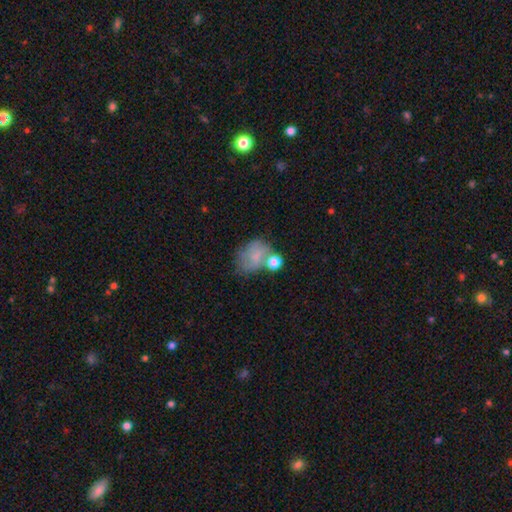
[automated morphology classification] A smooth galaxy with no disk features (64%) that is in between round and cigar-shaped (60%).

Vote fractions:
- Smooth or featured? smooth: 64% / featured or disk: 25% / star or artifact: 11%
- How rounded? in between: 60% / round: 39% / cigar-shaped: 1%
- Merging? none: 37% / merger: 25% / minor disturbance: 23% / major disturbance: 15%